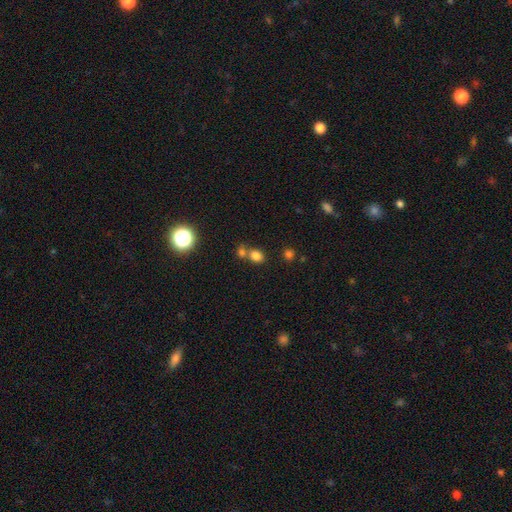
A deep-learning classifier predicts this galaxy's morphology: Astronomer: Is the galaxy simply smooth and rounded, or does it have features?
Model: smooth — 78%.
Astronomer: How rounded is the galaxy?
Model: round — 55% (runner-up: in between, 44%).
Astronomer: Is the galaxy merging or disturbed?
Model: none — 51% (runner-up: merger, 37%).